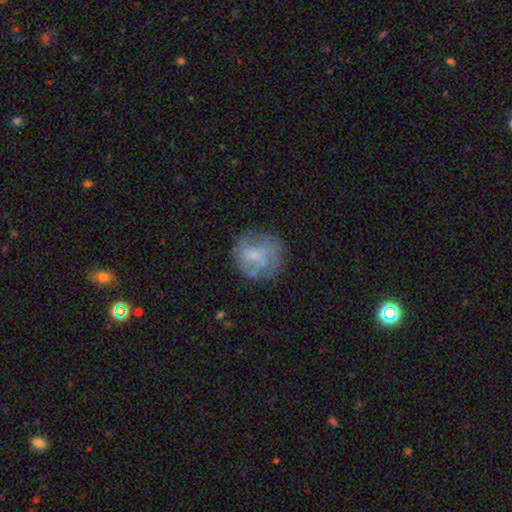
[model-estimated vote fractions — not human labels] Smooth or featured?
  - featured or disk: 46% *
  - smooth: 45%
  - star or artifact: 10%
Merging?
  - none: 61% *
  - minor disturbance: 21%
  - major disturbance: 16%
  - merger: 3%